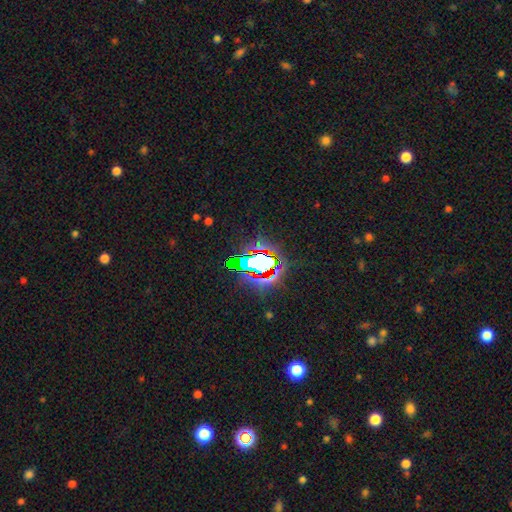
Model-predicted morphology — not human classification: A star or artifact, not a galaxy (66%).

Vote fractions:
- Smooth or featured? star or artifact: 66% / smooth: 20% / featured or disk: 14%